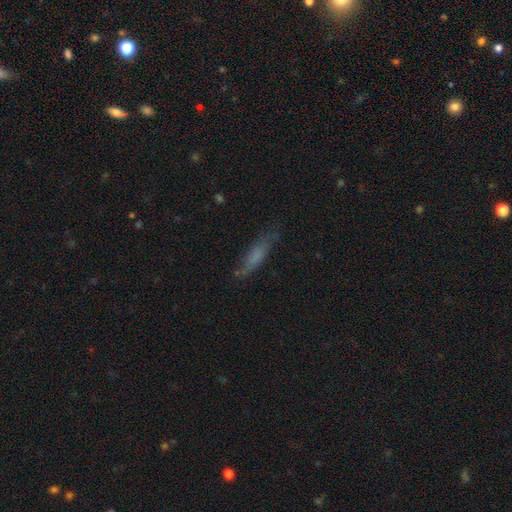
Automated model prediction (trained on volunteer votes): Smooth or featured? Predicted: smooth (p=0.56). How rounded? Predicted: cigar-shaped (p=0.77). Merging? Predicted: none (p=0.68).